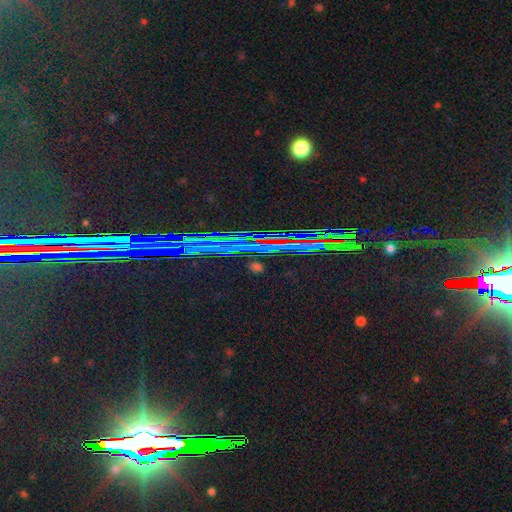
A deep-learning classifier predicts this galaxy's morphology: Smooth or featured? Predicted: star or artifact (p=0.82).